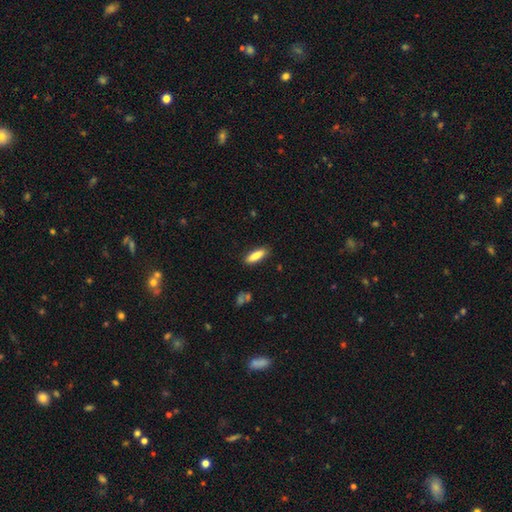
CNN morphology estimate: Smooth or featured? smooth (84%)
How rounded? cigar-shaped (55%)
Merging? none (87%)